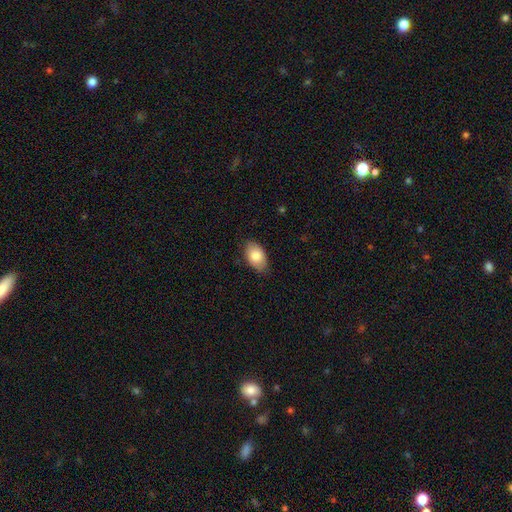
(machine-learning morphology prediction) This is clearly a smooth galaxy (84%). How rounded: clearly in between (92%). Merging: likely none (80%).